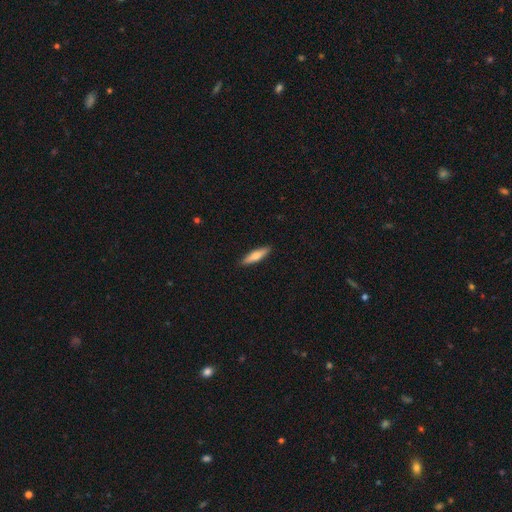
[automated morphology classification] Overall: smooth (63%; featured or disk 31%). How rounded: cigar-shaped (75%). Merging: none (90%).